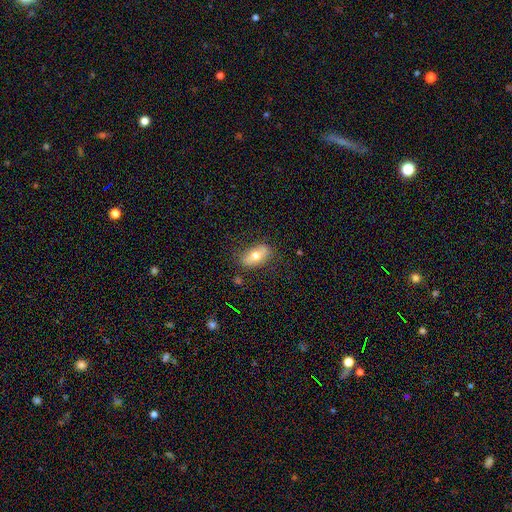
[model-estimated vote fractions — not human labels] Smooth or featured? Predicted: smooth (p=0.61). How rounded? Predicted: in between (p=0.87). Merging? Predicted: none (p=0.78).